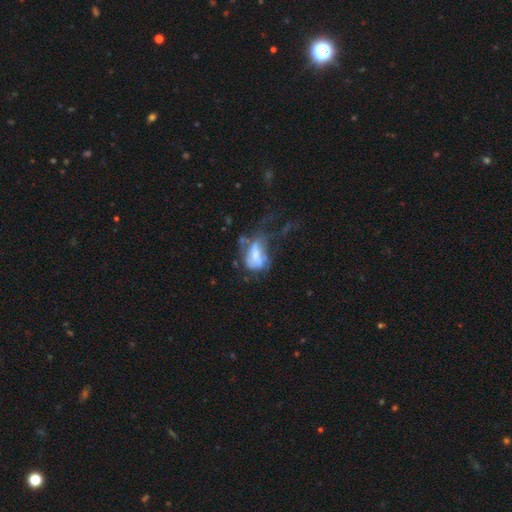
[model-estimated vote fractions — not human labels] Overall: featured or disk (48%; smooth 40%). Merging: major disturbance (50%; none 18%).